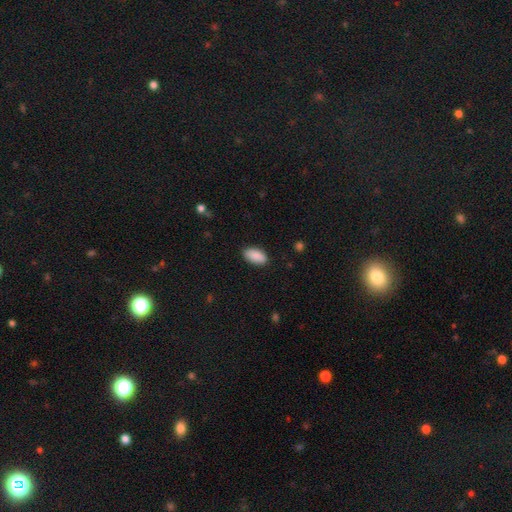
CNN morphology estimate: A smooth galaxy with no disk features (90%) that is in between round and cigar-shaped (94%). Merging: none (87%).